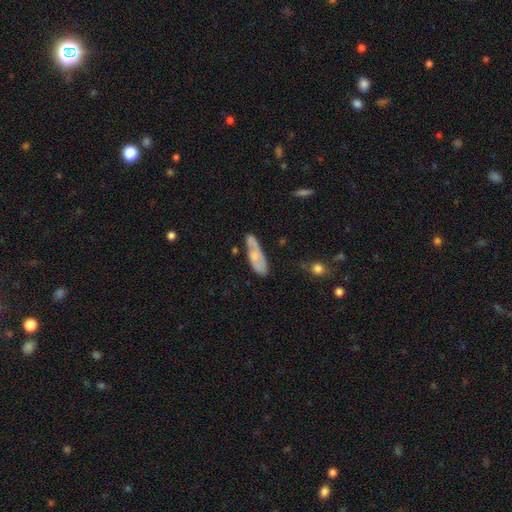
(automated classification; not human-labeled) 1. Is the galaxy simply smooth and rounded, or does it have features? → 51% smooth, 42% featured or disk, 7% star or artifact.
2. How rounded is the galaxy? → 56% in between, 41% cigar-shaped, 2% round.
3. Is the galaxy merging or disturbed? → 62% none, 26% minor disturbance, 7% major disturbance, 5% merger.